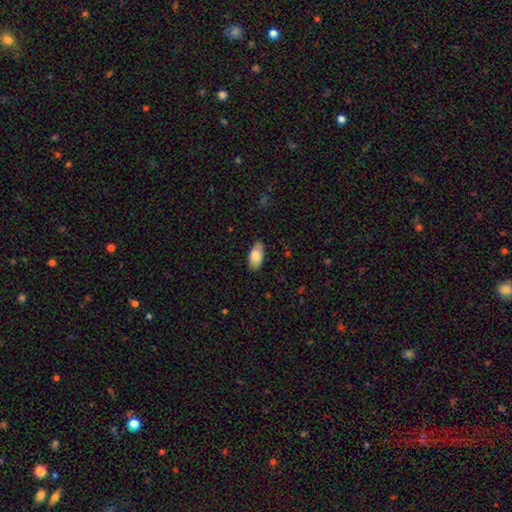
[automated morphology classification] A smooth galaxy with no disk features (80%) that is in between round and cigar-shaped (93%). Merging: none (80%).